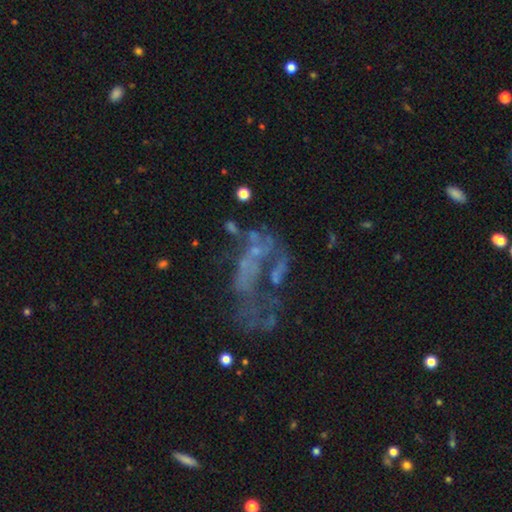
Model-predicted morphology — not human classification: Smooth or featured?
  - featured or disk: 61% *
  - star or artifact: 23%
  - smooth: 16%
Edge-on disk?
  - no: 97% *
  - yes: 3%
Bar?
  - no: 89% *
  - weak: 8%
  - strong: 3%
Spiral arms?
  - no: 86% *
  - yes: 14%
Bulge size?
  - none: 80% *
  - small: 12%
  - moderate: 5%
  - large: 2%
  - dominant: 1%
Merging?
  - major disturbance: 46% *
  - none: 25%
  - merger: 18%
  - minor disturbance: 12%